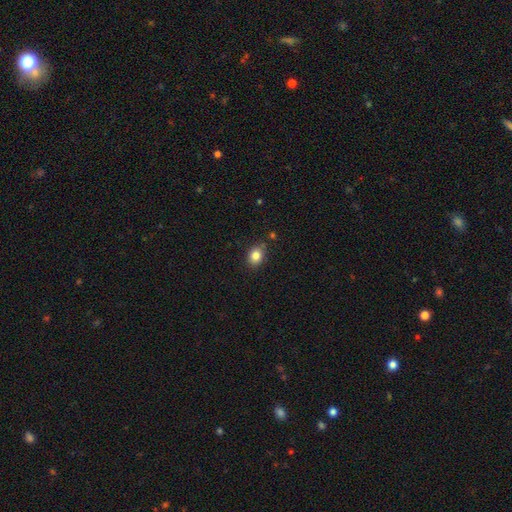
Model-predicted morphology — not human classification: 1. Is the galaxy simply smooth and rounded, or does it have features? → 84% smooth, 10% star or artifact, 7% featured or disk.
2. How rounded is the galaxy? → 53% in between, 46% round, 1% cigar-shaped.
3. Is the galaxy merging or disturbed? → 80% none, 13% minor disturbance, 4% merger, 3% major disturbance.